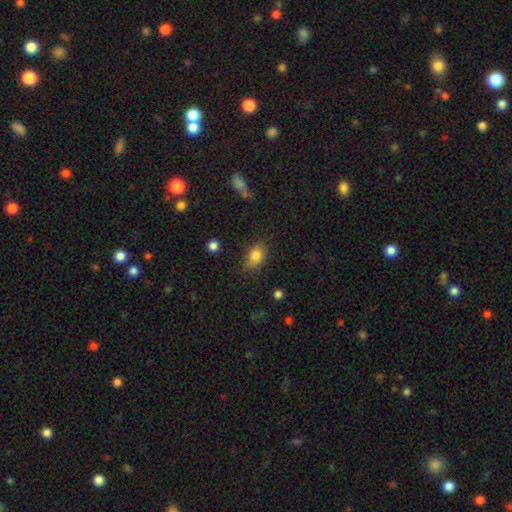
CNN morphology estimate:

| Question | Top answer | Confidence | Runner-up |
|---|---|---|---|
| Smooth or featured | smooth | 84% | star or artifact (9%) |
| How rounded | in between | 81% | round (17%) |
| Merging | none | 79% | minor disturbance (15%) |